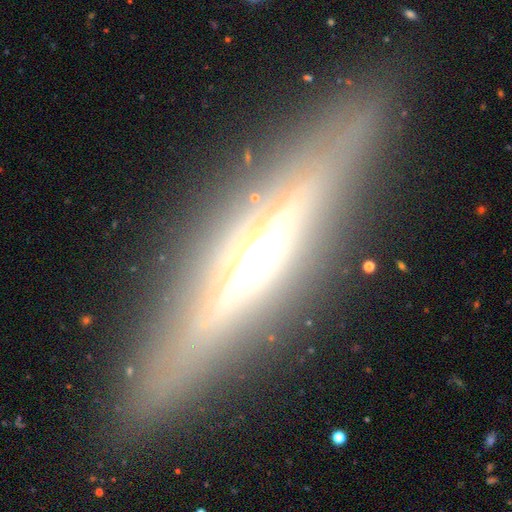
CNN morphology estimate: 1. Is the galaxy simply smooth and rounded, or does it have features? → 77% featured or disk, 14% smooth, 9% star or artifact.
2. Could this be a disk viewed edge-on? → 94% yes, 6% no.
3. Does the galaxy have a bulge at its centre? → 83% rounded, 10% boxy, 8% none.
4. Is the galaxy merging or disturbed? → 86% none, 10% minor disturbance, 3% major disturbance, 1% merger.